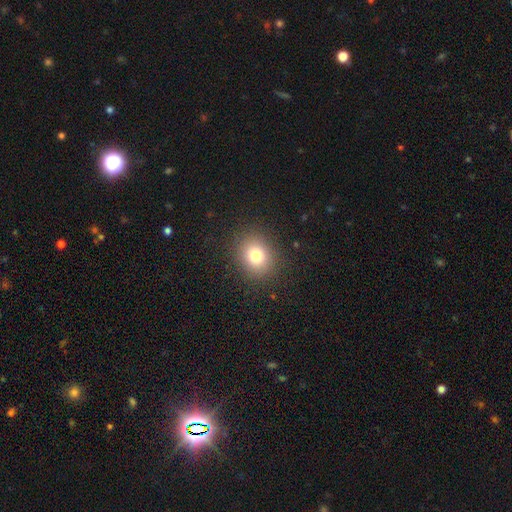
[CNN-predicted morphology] Q: Smooth or featured?
A: smooth (77%); runner-up: star or artifact (14%)
Q: How rounded?
A: round (71%); runner-up: in between (28%)
Q: Merging?
A: none (89%); runner-up: minor disturbance (7%)